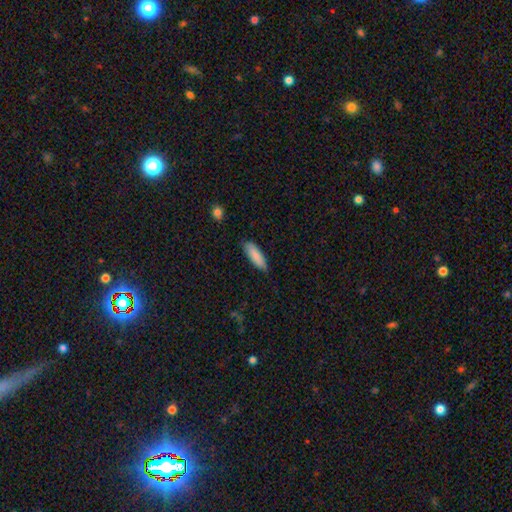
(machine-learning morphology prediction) The model was most divided on "how rounded": in between: 53%, cigar-shaped: 45%, round: 1%. More confident: smooth or featured — smooth (86%); merging — none (81%).